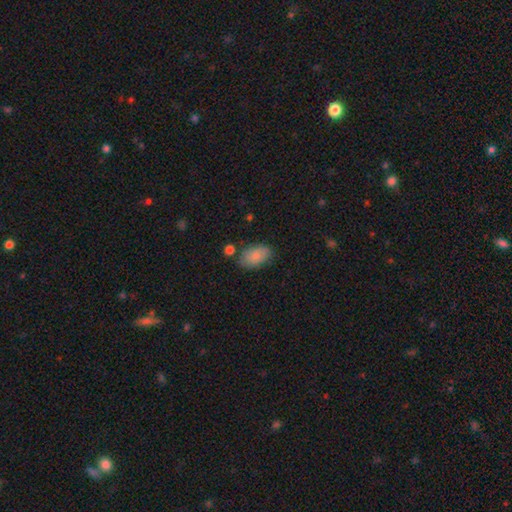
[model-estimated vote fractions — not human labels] This appears to be a smooth galaxy with no disk features (84%) that is in between round and cigar-shaped (92%). Merging: none (74%).